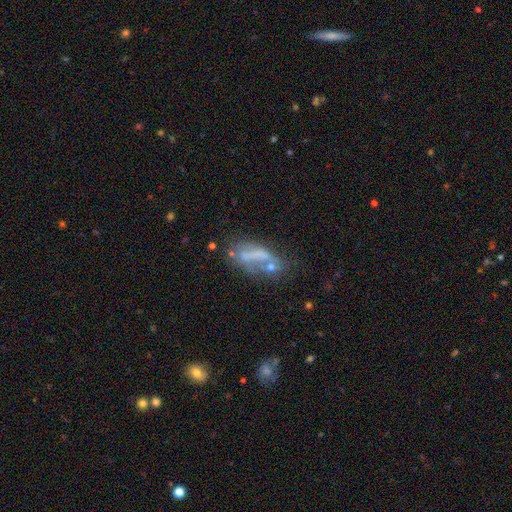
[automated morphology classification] Smooth or featured: featured or disk — 47% (smooth — 39%)
Merging: none — 32% (merger — 24%)